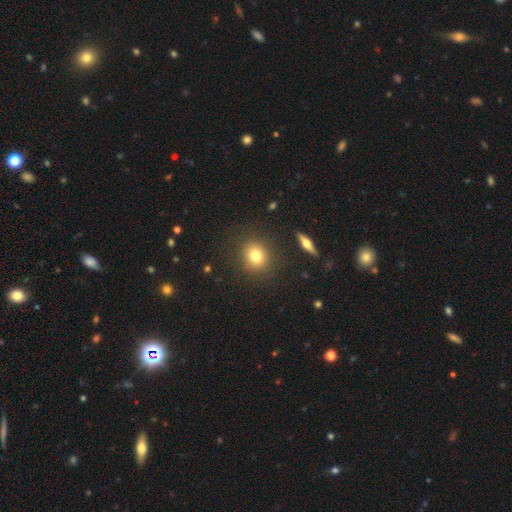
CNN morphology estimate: The model was most divided on "how rounded": round: 79%, in between: 20%, cigar-shaped: 1%. More confident: merging — none (86%); smooth or featured — smooth (78%).